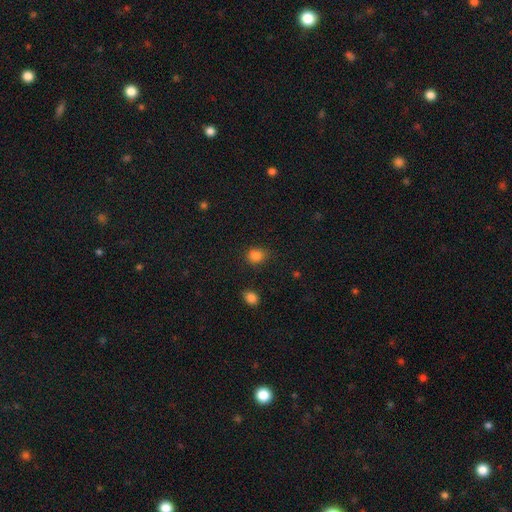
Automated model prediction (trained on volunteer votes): A smooth galaxy with no disk features (84%) that is round (62%). Merging: none (77%).